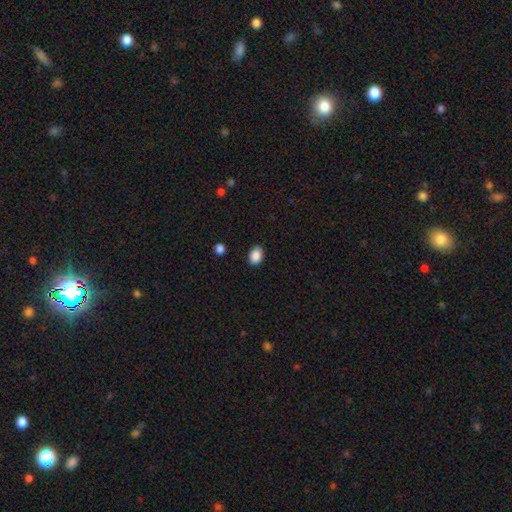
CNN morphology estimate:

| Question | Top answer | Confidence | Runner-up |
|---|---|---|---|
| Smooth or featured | smooth | 89% | star or artifact (8%) |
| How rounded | in between | 77% | round (22%) |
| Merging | none | 87% | minor disturbance (9%) |